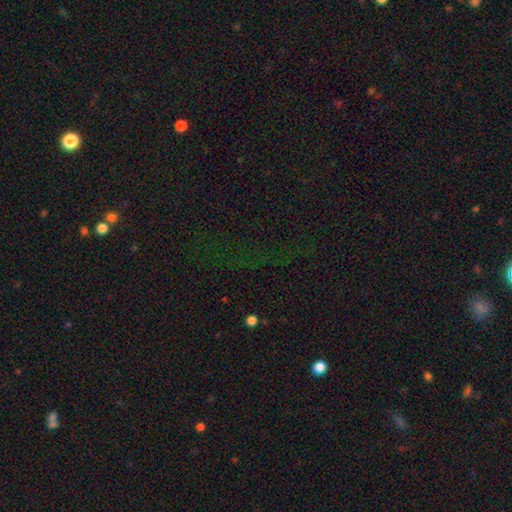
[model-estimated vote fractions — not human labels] smooth_or_featured: star or artifact (p=0.73) [alt: smooth p=0.16]